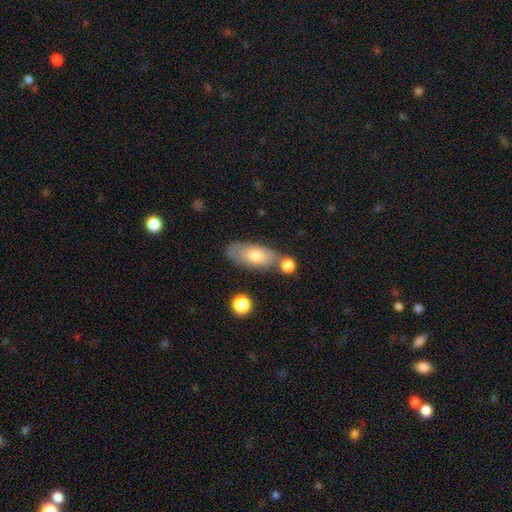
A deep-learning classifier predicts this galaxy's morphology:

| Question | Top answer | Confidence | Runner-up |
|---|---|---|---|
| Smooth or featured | smooth | 65% | featured or disk (28%) |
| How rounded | in between | 83% | cigar-shaped (13%) |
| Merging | none | 61% | minor disturbance (18%) |